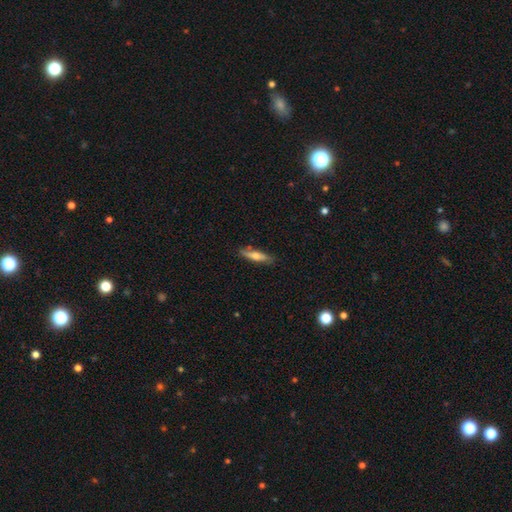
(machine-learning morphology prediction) The model was most divided on "smooth or featured": smooth: 56%, featured or disk: 38%, star or artifact: 6%. More confident: merging — none (82%); how rounded — cigar-shaped (76%).